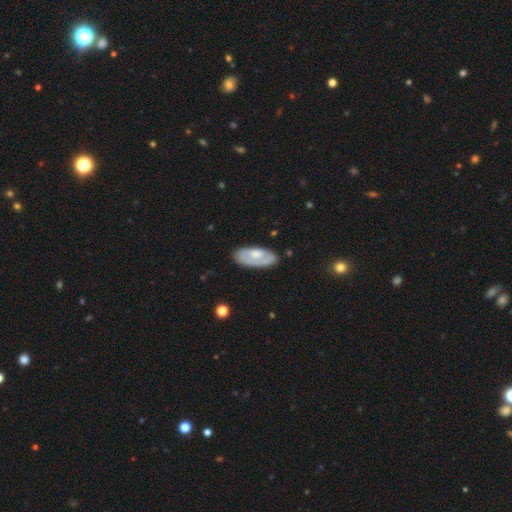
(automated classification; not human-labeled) Smooth or featured? Predicted: featured or disk (p=0.52). Edge-on disk? Predicted: no (p=0.88). Merging? Predicted: none (p=0.73).